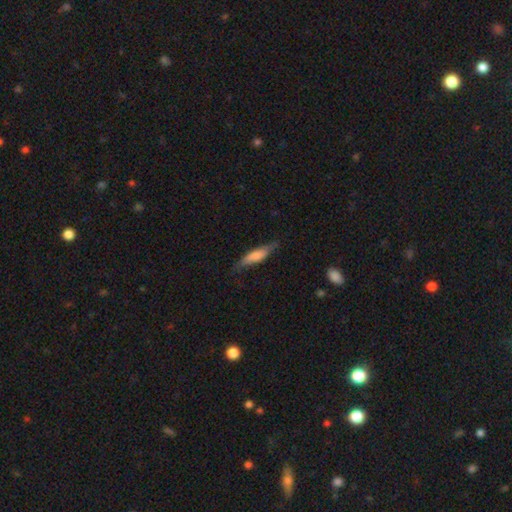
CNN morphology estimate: Overall: smooth (64%; featured or disk 30%). How rounded: cigar-shaped (72%). Merging: none (69%).